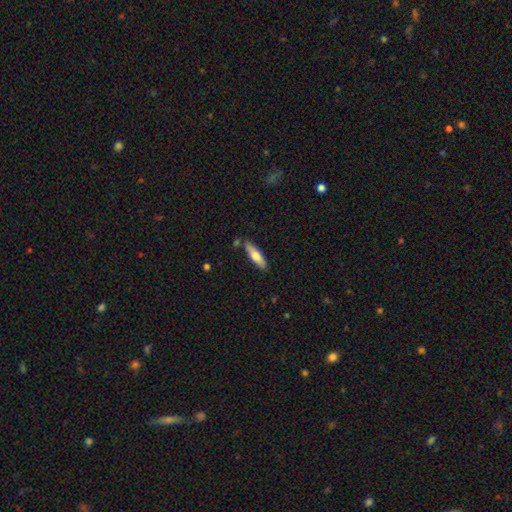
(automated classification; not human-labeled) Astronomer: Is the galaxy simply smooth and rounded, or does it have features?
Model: smooth — 64%.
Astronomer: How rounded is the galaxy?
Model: cigar-shaped — 65%.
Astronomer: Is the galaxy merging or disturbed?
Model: none — 81%.